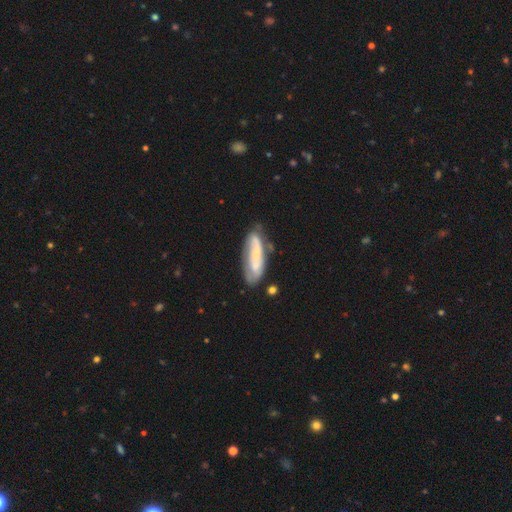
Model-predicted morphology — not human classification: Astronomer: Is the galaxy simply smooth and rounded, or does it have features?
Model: featured or disk — 57% (runner-up: smooth, 36%).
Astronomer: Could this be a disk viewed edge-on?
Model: no — 81%.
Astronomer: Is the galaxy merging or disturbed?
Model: none — 62%.